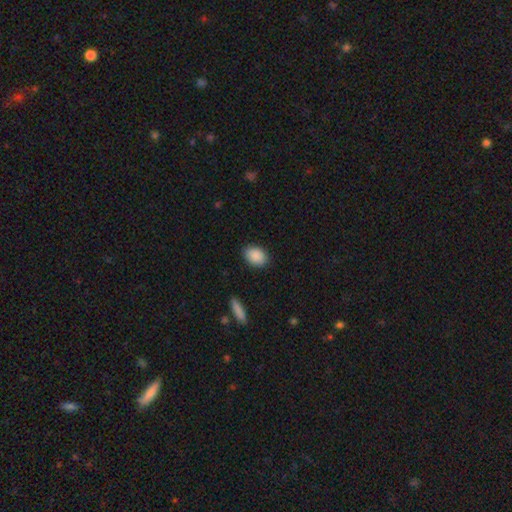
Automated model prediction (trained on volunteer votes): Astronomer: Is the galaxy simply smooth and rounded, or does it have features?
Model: smooth — 89%.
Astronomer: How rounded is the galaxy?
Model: in between — 76%.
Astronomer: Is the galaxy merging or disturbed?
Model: none — 86%.